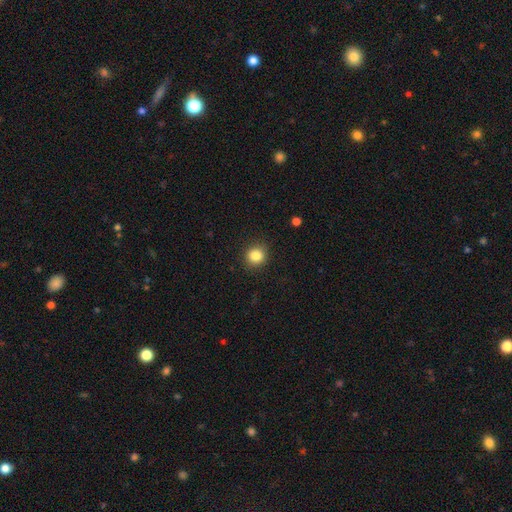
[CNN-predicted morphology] This is clearly a smooth galaxy (85%). How rounded: clearly round (85%). Merging: clearly none (90%).